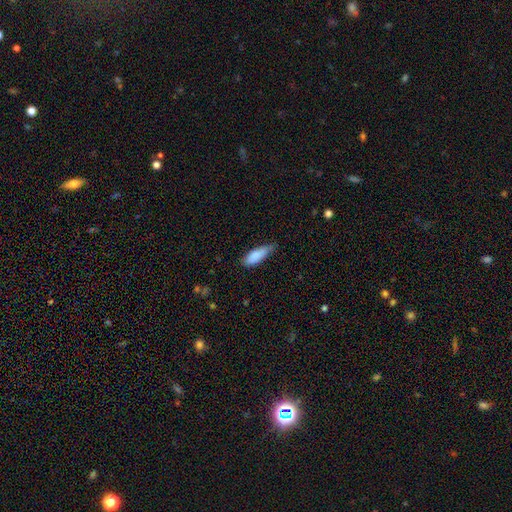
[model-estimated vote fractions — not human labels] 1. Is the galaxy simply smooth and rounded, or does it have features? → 86% smooth, 8% featured or disk, 6% star or artifact.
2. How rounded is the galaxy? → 66% in between, 33% cigar-shaped, 2% round.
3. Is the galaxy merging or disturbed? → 52% none, 40% minor disturbance, 6% major disturbance, 2% merger.